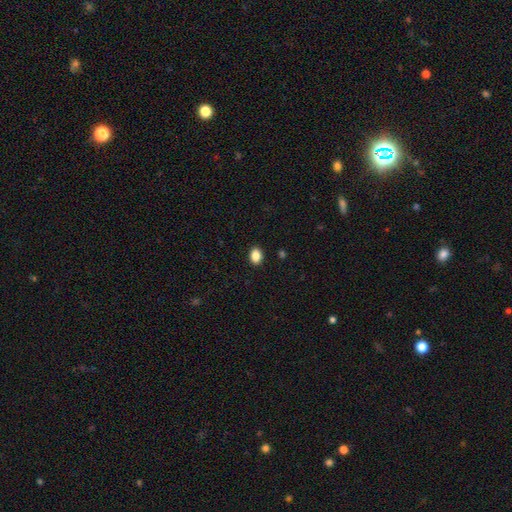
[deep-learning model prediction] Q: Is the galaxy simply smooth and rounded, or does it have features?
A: smooth — 87%.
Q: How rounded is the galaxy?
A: in between — 76%.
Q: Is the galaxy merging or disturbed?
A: none — 90%.